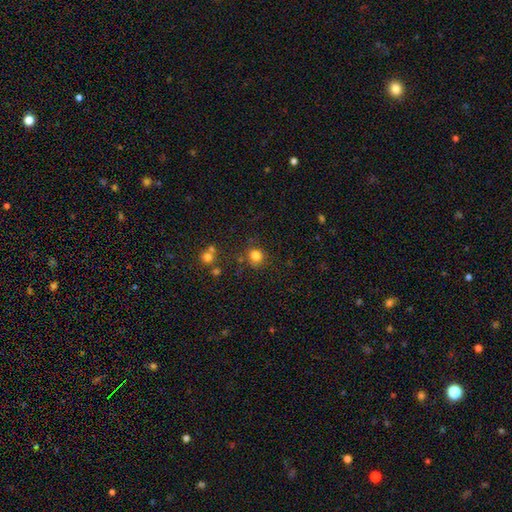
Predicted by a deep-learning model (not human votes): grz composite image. It shows a smooth galaxy with no disk features (82%) that is round (89%). Merging: none (80%).